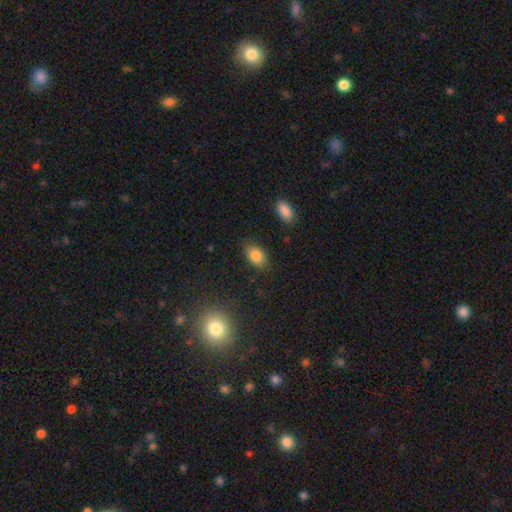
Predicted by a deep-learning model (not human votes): A smooth galaxy with no disk features (85%) that is in between round and cigar-shaped (87%).

Vote fractions:
- Smooth or featured? smooth: 85% / star or artifact: 9% / featured or disk: 7%
- How rounded? in between: 87% / round: 12% / cigar-shaped: 2%
- Merging? none: 82% / minor disturbance: 13% / major disturbance: 3% / merger: 2%